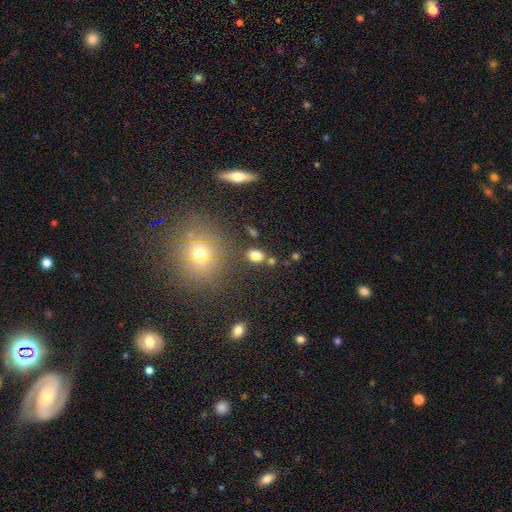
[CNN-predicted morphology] smooth-or-featured: smooth: 74% | star or artifact: 17% | featured or disk: 9%
  how-rounded: in between: 72% | round: 26% | cigar-shaped: 2%
  merging: none: 71% | minor disturbance: 12% | merger: 12% | major disturbance: 5%